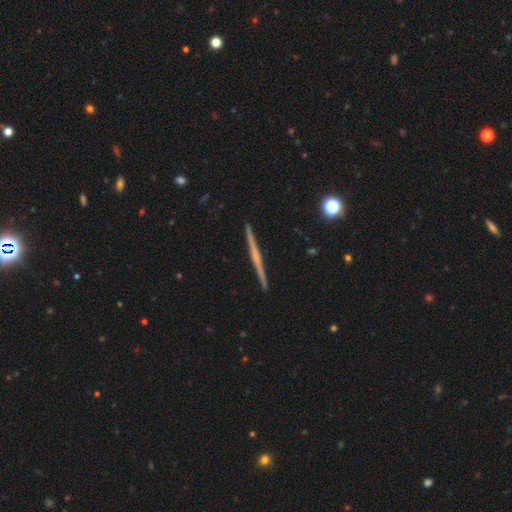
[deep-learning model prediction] This appears to be a featured or disk galaxy (71%) viewed edge-on (98%) with no central bulge (60%). Merging: none (93%).